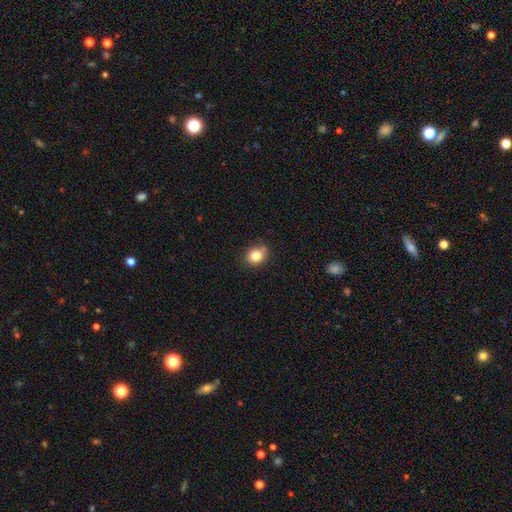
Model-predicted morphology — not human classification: This is clearly a smooth galaxy (81%). How rounded: likely round (73%). Merging: likely none (73%).